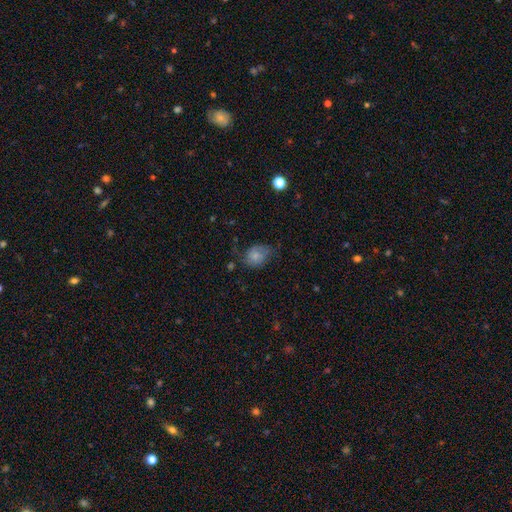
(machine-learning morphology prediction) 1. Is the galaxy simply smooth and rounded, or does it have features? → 68% smooth, 23% featured or disk, 9% star or artifact.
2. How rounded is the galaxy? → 63% in between, 36% round, 1% cigar-shaped.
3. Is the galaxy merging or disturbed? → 46% none, 34% minor disturbance, 17% major disturbance, 3% merger.